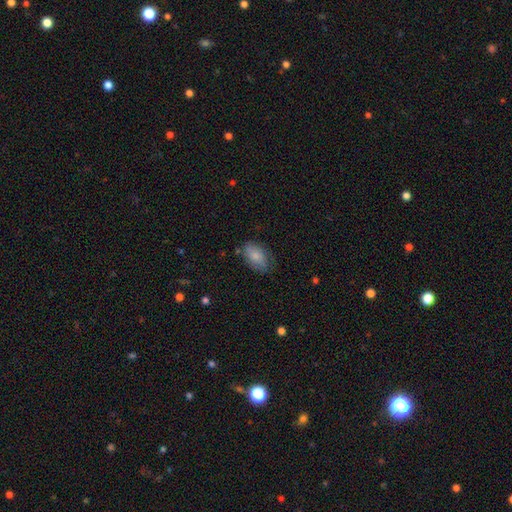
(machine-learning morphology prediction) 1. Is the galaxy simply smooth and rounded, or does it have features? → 81% smooth, 13% featured or disk, 7% star or artifact.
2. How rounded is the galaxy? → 92% in between, 6% round, 2% cigar-shaped.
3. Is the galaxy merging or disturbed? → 68% none, 23% minor disturbance, 6% major disturbance, 2% merger.